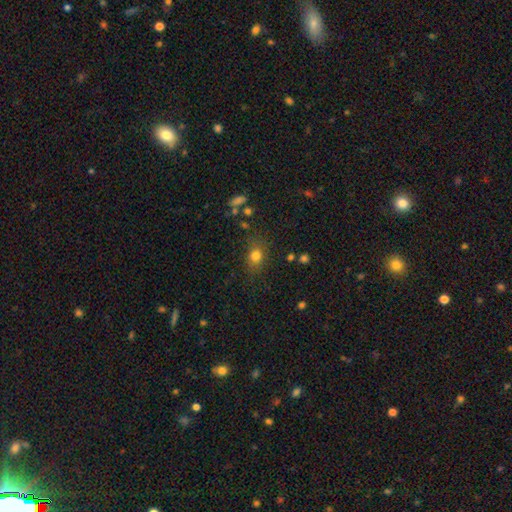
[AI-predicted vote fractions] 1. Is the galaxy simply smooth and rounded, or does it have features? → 78% smooth, 14% star or artifact, 8% featured or disk.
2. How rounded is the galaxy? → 57% round, 42% in between, 1% cigar-shaped.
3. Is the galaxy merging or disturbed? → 78% none, 15% minor disturbance, 5% major disturbance, 2% merger.